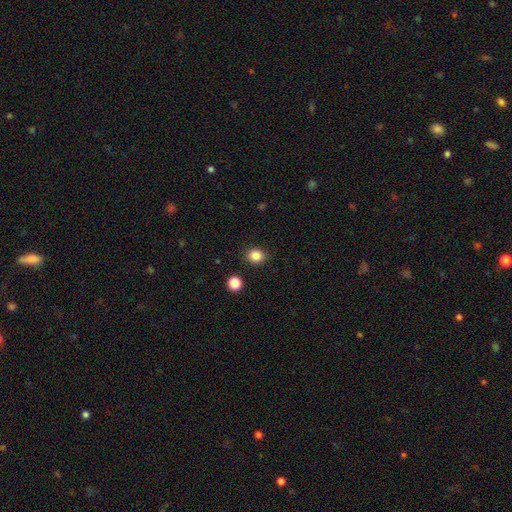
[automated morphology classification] This appears to be a smooth galaxy with no disk features (85%) that is round (69%). Merging: none (88%).